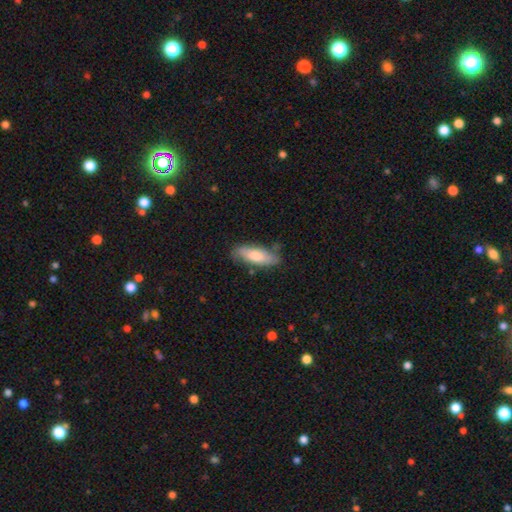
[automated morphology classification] Smooth or featured? Predicted: smooth (p=0.66). How rounded? Predicted: in between (p=0.57). Merging? Predicted: none (p=0.79).